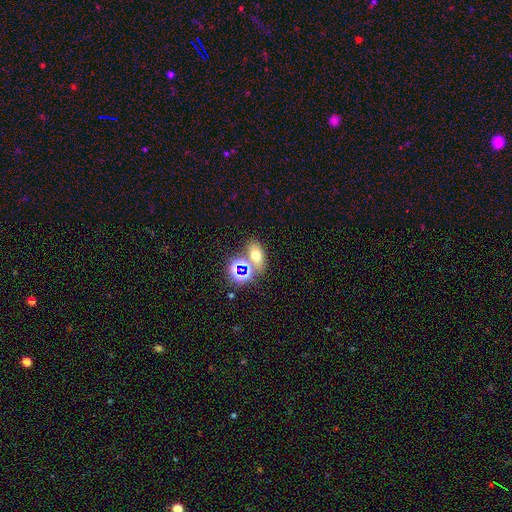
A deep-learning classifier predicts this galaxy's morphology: This appears to be a smooth galaxy with no disk features (59%) that is in between round and cigar-shaped (75%). Merging: none (63%).